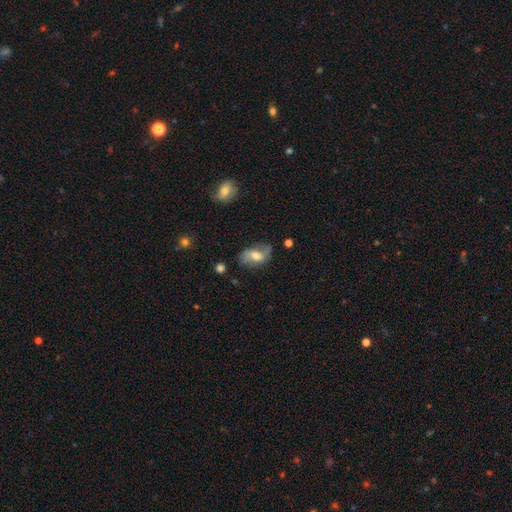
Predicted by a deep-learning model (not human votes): Smooth or featured? featured or disk (49%)
Merging? none (59%)